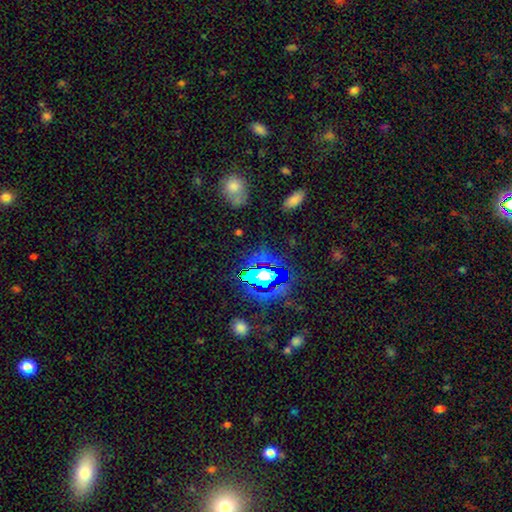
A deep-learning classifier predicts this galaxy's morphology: A star or artifact, not a galaxy (68%).